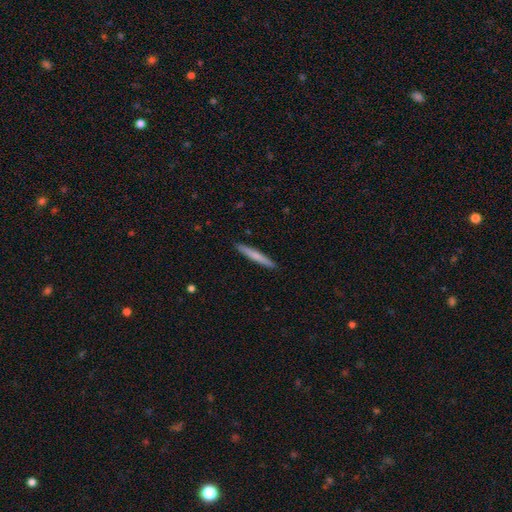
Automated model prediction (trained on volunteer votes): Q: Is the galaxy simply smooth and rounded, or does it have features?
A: smooth — 66%.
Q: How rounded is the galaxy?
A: cigar-shaped — 96%.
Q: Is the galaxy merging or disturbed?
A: none — 92%.